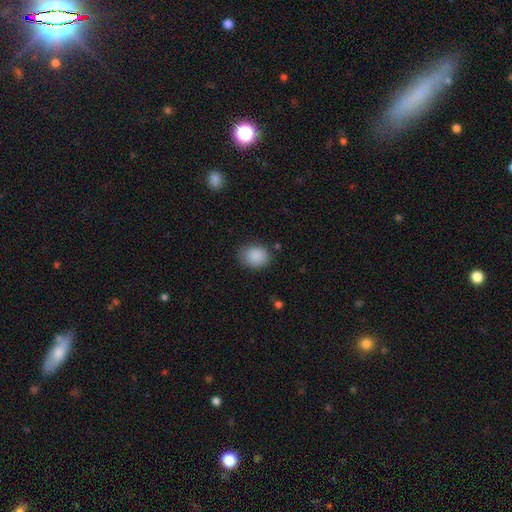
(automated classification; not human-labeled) The model was most divided on "how rounded": round: 52%, in between: 48%, cigar-shaped: 1%. More confident: smooth or featured — smooth (88%); merging — none (79%).